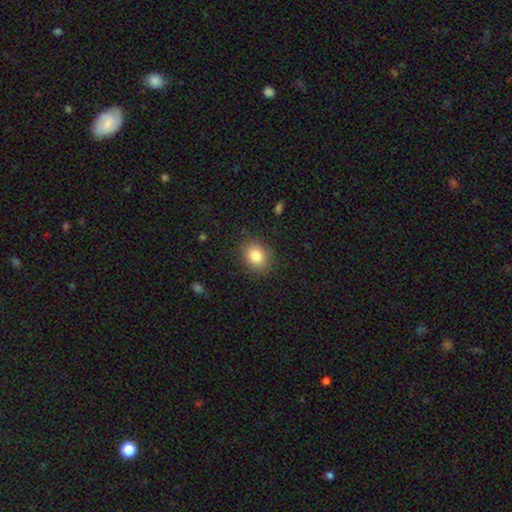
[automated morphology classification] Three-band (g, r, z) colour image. It shows a smooth galaxy with no disk features (83%) that is in between round and cigar-shaped (51%). Merging: none (86%).